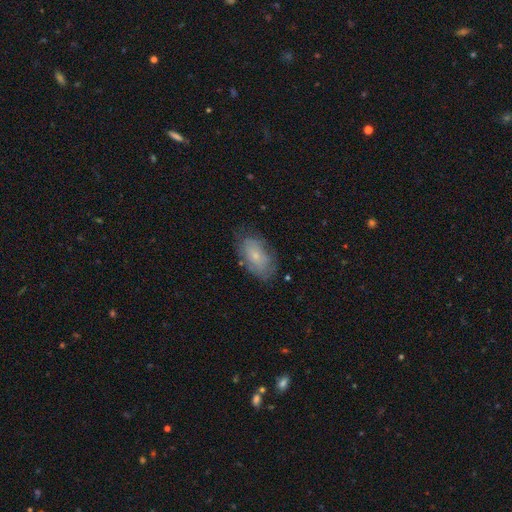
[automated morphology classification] smooth_or_featured: smooth (p=0.60) [alt: featured or disk p=0.32]
how_rounded: in between (p=0.92) [alt: round p=0.06]
merging: none (p=0.71) [alt: minor disturbance p=0.21]